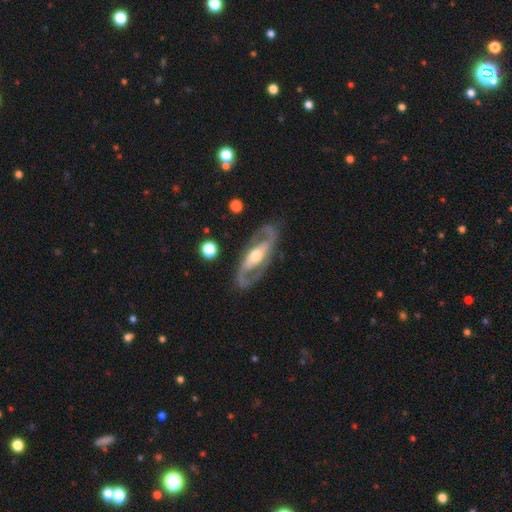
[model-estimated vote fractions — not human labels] featured or disk 87%, smooth 9%, star or artifact 4%. Down the decision tree: edge-on disk — no (92%); bar — strong (35%, tied with no); spiral arms — yes (88%); spiral arm count — 2 (91%); spiral winding — medium (52%); bulge size — moderate (71%); merging — none (83%).